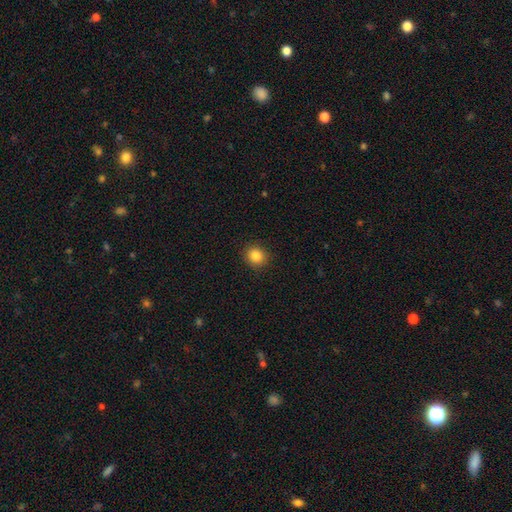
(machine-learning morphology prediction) Overall: smooth (85%). How rounded: round (81%). Merging: none (90%).